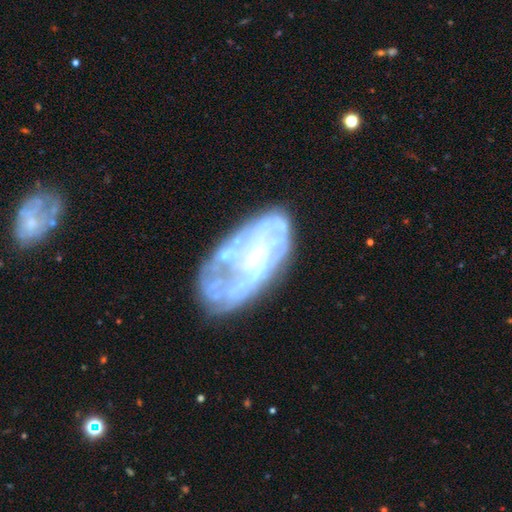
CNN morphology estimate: smooth_or_featured: featured or disk (p=0.76) [alt: smooth p=0.15]
disk_edge_on: no (p=0.95) [alt: yes p=0.05]
bar: no (p=0.76) [alt: weak p=0.19]
has_spiral_arms: yes (p=0.65) [alt: no p=0.35]
bulge_size: small (p=0.77) [alt: moderate p=0.11]
merging: none (p=0.53) [alt: minor disturbance p=0.22]